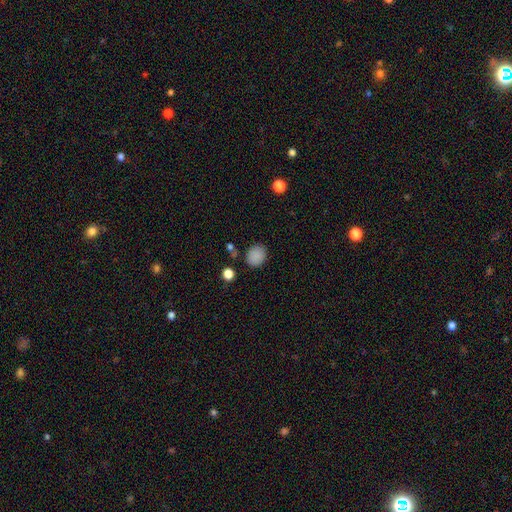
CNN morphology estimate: This appears to be a smooth galaxy with no disk features (86%) that is round (69%). Merging: none (82%).